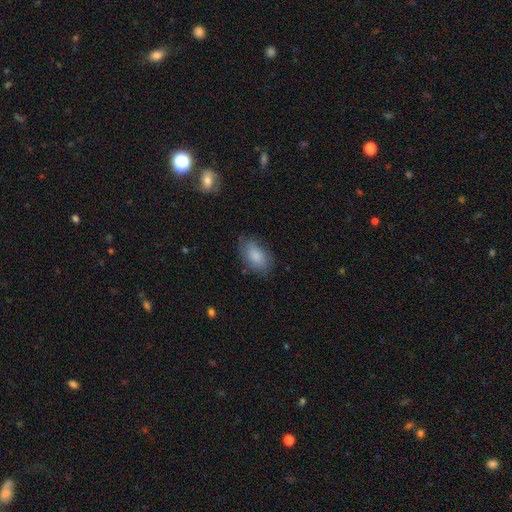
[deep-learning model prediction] Smooth or featured? smooth (79%)
How rounded? in between (91%)
Merging? none (71%)